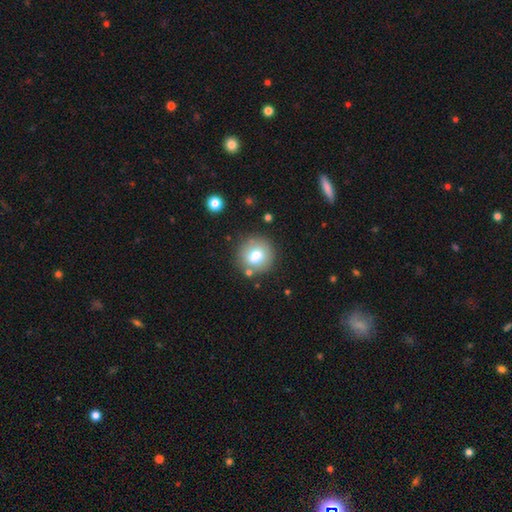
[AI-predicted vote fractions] Overall: smooth (75%). How rounded: round (91%). Merging: none (80%).